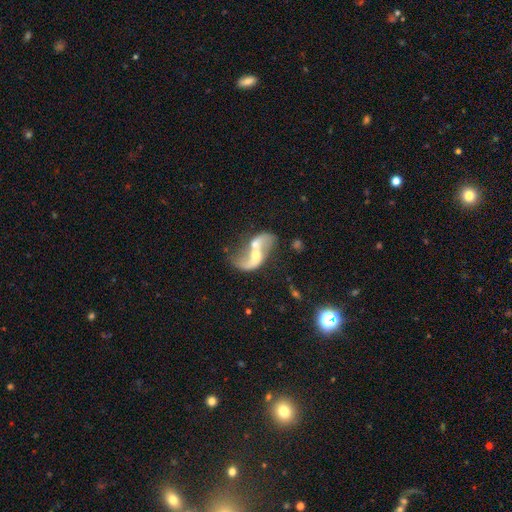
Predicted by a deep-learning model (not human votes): Smooth or featured?
  - featured or disk: 79% *
  - smooth: 15%
  - star or artifact: 7%
Edge-on disk?
  - no: 96% *
  - yes: 4%
Bar?
  - no: 51% *
  - weak: 33%
  - strong: 16%
Spiral arms?
  - yes: 84% *
  - no: 16%
Spiral winding?
  - loose: 82% *
  - medium: 14%
  - tight: 3%
Spiral arm count?
  - 2: 85% *
  - 1: 8%
  - can't tell: 4%
  - 3: 1%
  - 4: 1%
  - more than 4: 1%
Bulge size?
  - moderate: 57% *
  - small: 31%
  - large: 6%
  - none: 4%
  - dominant: 2%
Merging?
  - merger: 51% *
  - none: 28%
  - minor disturbance: 11%
  - major disturbance: 11%